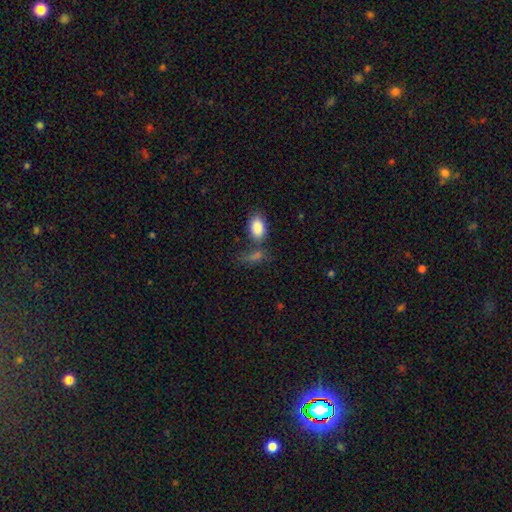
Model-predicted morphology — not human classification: This is likely a smooth galaxy (79%). How rounded: clearly in between (84%). Merging: possibly none (47%).